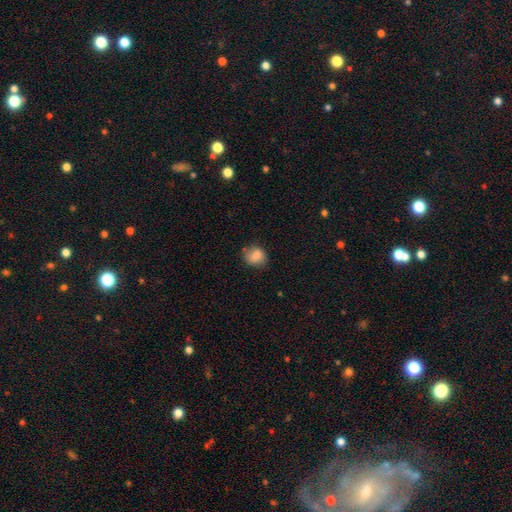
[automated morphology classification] smooth 83%, featured or disk 9%, star or artifact 9%. Down the decision tree: how rounded — round (62%); merging — none (66%).